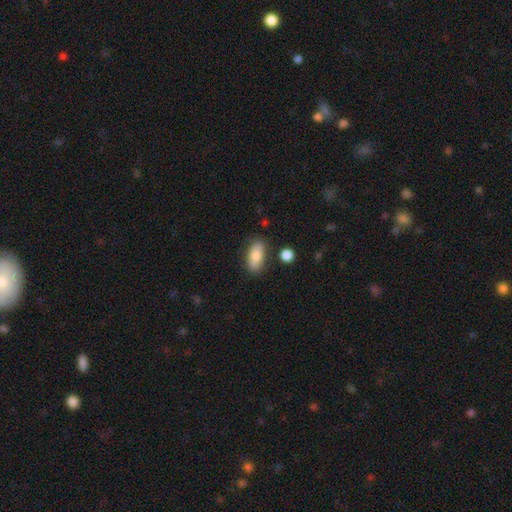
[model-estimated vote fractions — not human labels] Overall: smooth (81%). How rounded: in between (89%). Merging: none (80%).